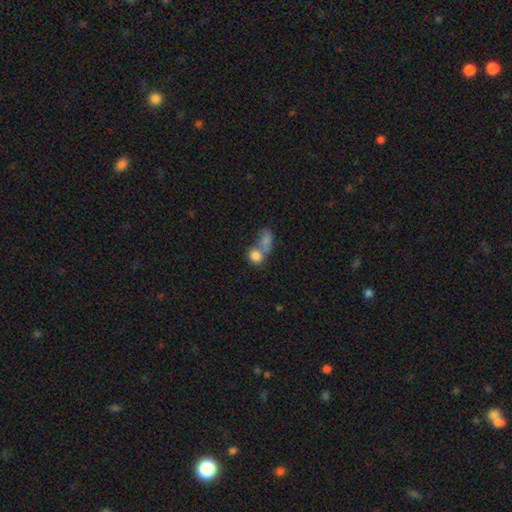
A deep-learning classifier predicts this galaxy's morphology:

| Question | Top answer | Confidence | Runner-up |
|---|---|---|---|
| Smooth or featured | smooth | 81% | featured or disk (10%) |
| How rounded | round | 63% | in between (35%) |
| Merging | merger | 57% | none (29%) |